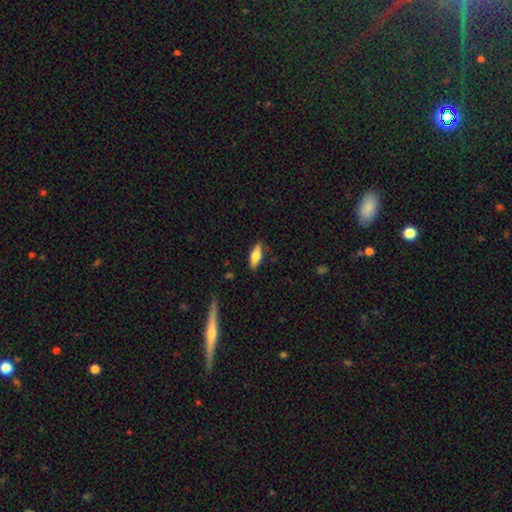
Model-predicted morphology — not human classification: type=smooth (51%); roundness=in between (58%); merging=none (84%).